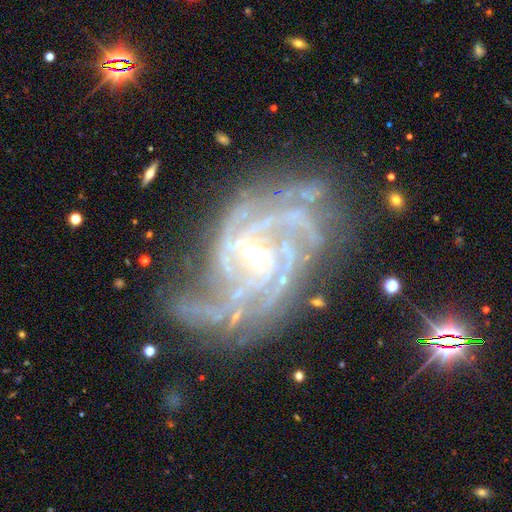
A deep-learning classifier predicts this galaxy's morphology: The model was most divided on "spiral arm count": 3: 24%, 4: 21%, 2: 18%, can't tell: 17%, more than 4: 12%, 1: 8%. Remaining: spiral arms — yes (98%); edge-on disk — no (97%); smooth or featured — featured or disk (92%); merging — none (62%); bulge size — small (59%); spiral winding — tight (54%); bar — weak (47%).